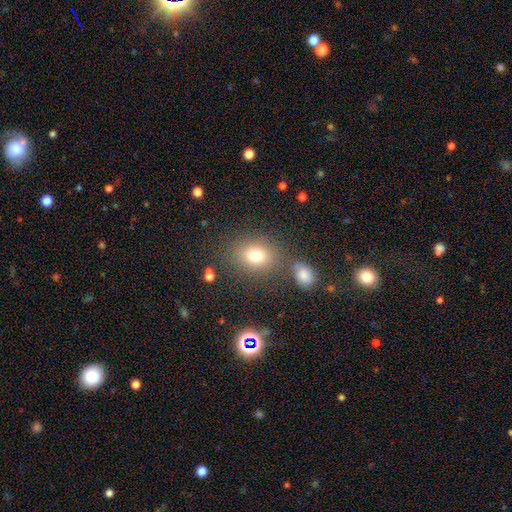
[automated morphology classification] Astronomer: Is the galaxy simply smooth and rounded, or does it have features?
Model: smooth — 76%.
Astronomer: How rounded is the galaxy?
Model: round — 51% (runner-up: in between, 48%).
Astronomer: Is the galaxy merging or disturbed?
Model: none — 74%.